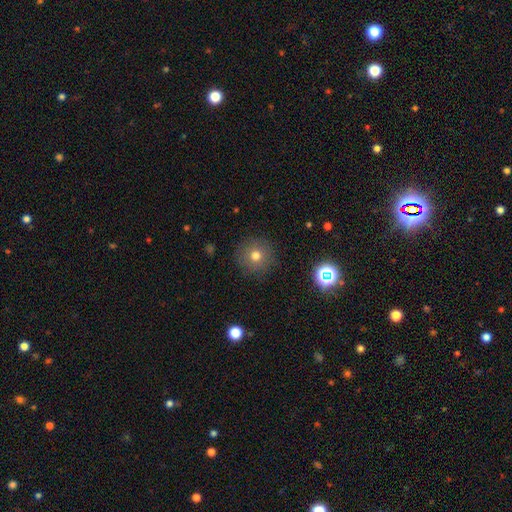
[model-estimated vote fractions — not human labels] Smooth or featured? Predicted: smooth (p=0.74). How rounded? Predicted: round (p=0.95). Merging? Predicted: none (p=0.89).